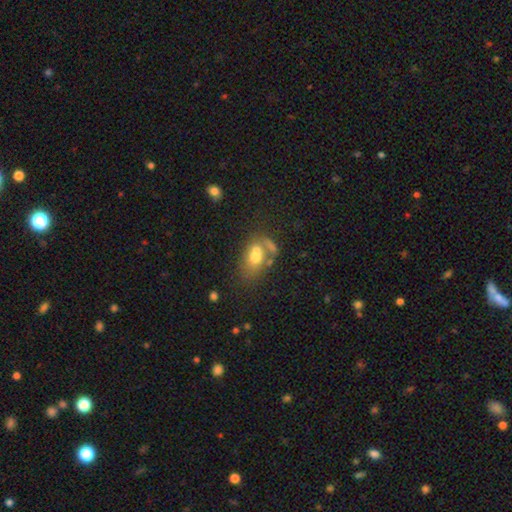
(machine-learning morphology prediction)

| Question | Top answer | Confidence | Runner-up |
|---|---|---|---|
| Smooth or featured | smooth | 66% | featured or disk (24%) |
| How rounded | in between | 83% | round (14%) |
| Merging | merger | 42% | none (29%) |